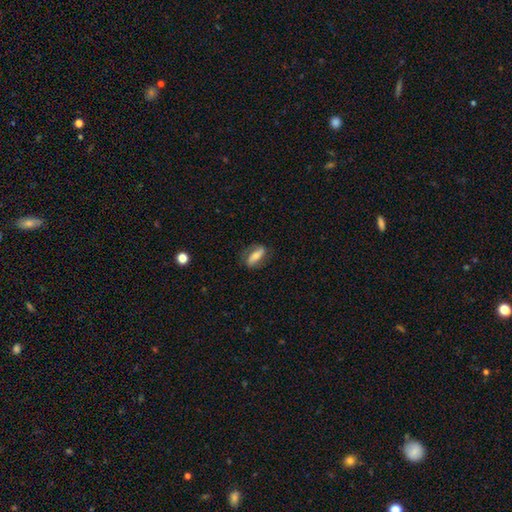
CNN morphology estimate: A smooth galaxy with no disk features (51%) that is in between round and cigar-shaped (66%). Merging: none (74%).